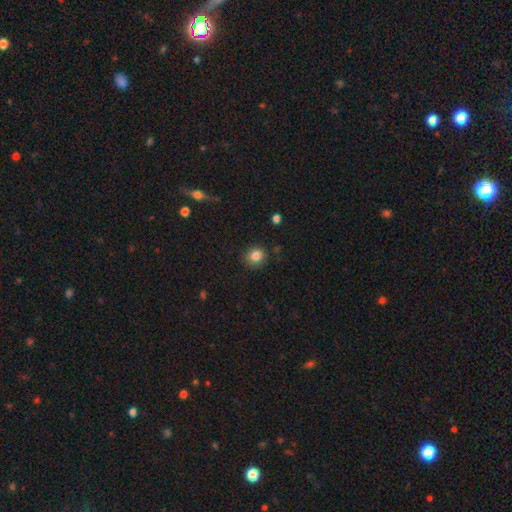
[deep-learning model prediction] Q: Smooth or featured?
A: smooth (84%); runner-up: star or artifact (11%)
Q: How rounded?
A: round (85%); runner-up: in between (14%)
Q: Merging?
A: none (87%); runner-up: minor disturbance (9%)